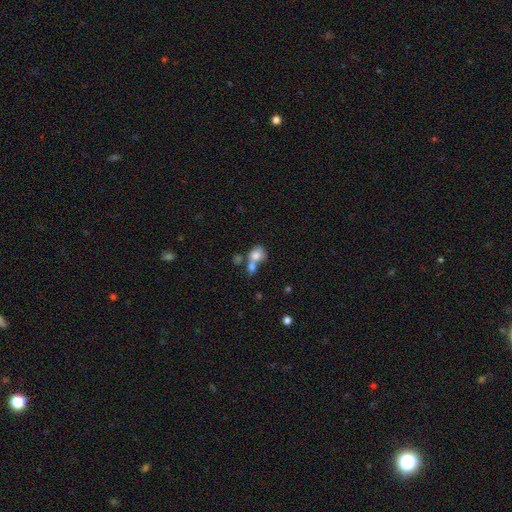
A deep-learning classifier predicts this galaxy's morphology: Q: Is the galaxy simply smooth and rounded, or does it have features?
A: smooth — 73%.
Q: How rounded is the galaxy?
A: round — 51%.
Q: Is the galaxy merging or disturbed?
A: merger — 61%.